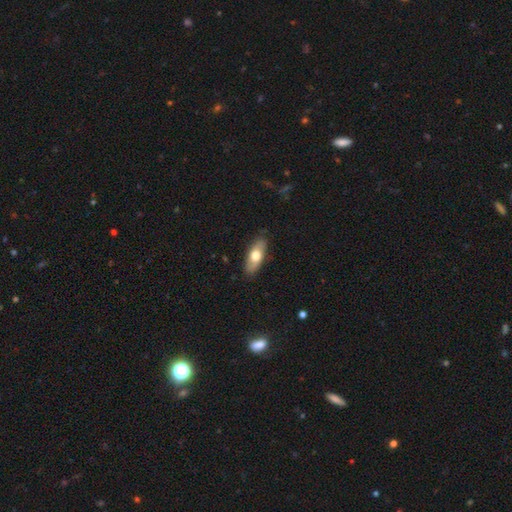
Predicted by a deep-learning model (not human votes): A smooth galaxy with no disk features (67%) that is in between round and cigar-shaped (78%).

Vote fractions:
- Smooth or featured? smooth: 67% / featured or disk: 28% / star or artifact: 6%
- How rounded? in between: 78% / cigar-shaped: 19% / round: 3%
- Merging? none: 85% / minor disturbance: 12% / major disturbance: 2% / merger: 1%